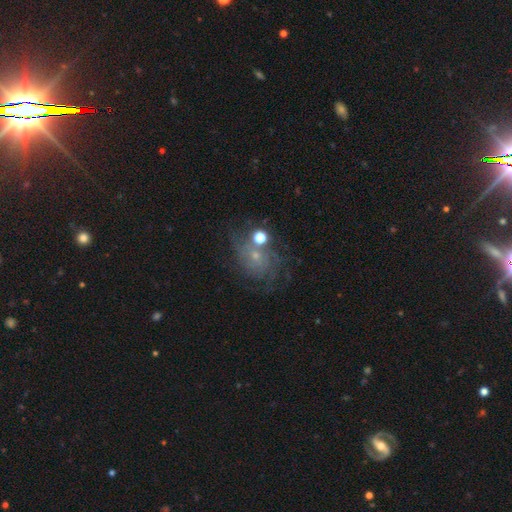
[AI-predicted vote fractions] Smooth or featured: featured or disk — 58% (smooth — 22%)
Edge-on disk: no — 97% (yes — 3%)
Bar: no — 78% (weak — 19%)
Spiral arms: yes — 82% (no — 18%)
Bulge size: small — 68% (moderate — 23%)
Merging: none — 59% (minor disturbance — 17%)